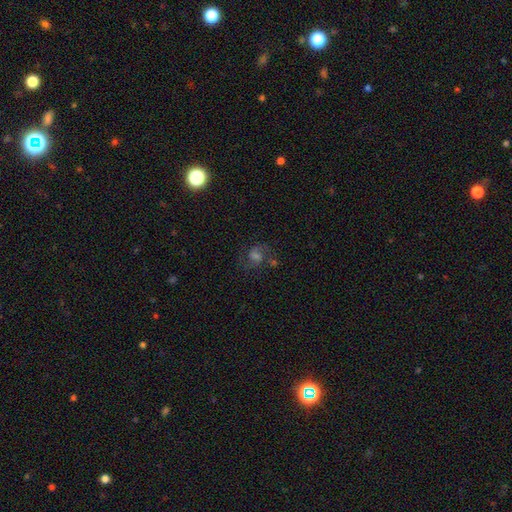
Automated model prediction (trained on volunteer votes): Smooth or featured: featured or disk — 56% (star or artifact — 22%)
Edge-on disk: no — 97% (yes — 3%)
Bar: weak — 45% (no — 44%)
Spiral arms: yes — 90% (no — 10%)
Bulge size: moderate — 41% (small — 29%)
Merging: none — 67% (minor disturbance — 15%)